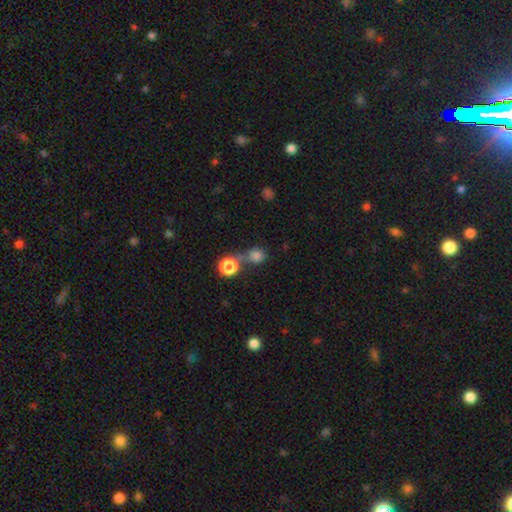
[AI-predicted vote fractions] Overall: smooth (78%). How rounded: round (83%). Merging: none (46%; merger 37%).